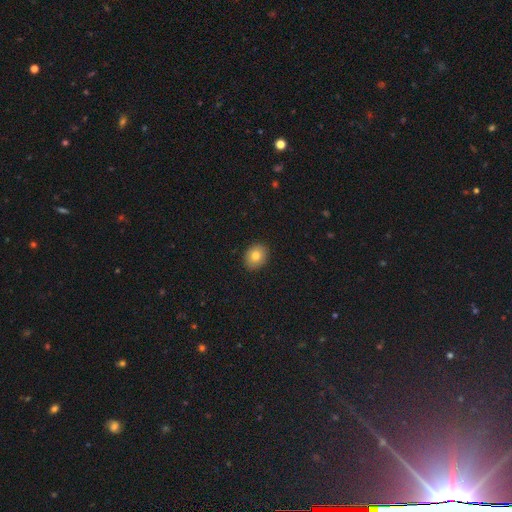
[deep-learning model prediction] A smooth galaxy with no disk features (79%) that is in between round and cigar-shaped (50%).

Vote fractions:
- Smooth or featured? smooth: 79% / featured or disk: 12% / star or artifact: 9%
- How rounded? in between: 50% / round: 49% / cigar-shaped: 1%
- Merging? none: 90% / minor disturbance: 8% / major disturbance: 2% / merger: 1%